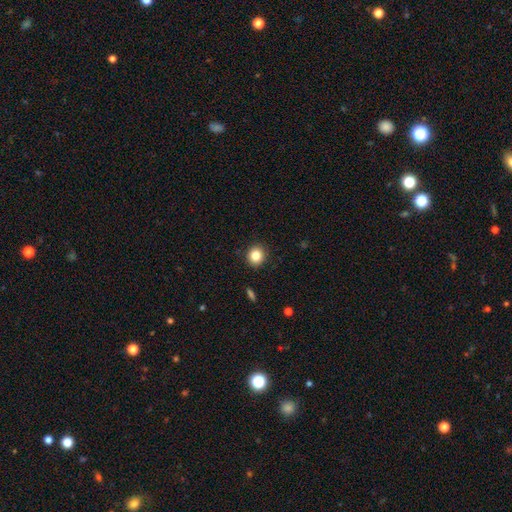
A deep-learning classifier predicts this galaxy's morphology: This is clearly a smooth galaxy (84%). How rounded: clearly round (82%). Merging: clearly none (91%).